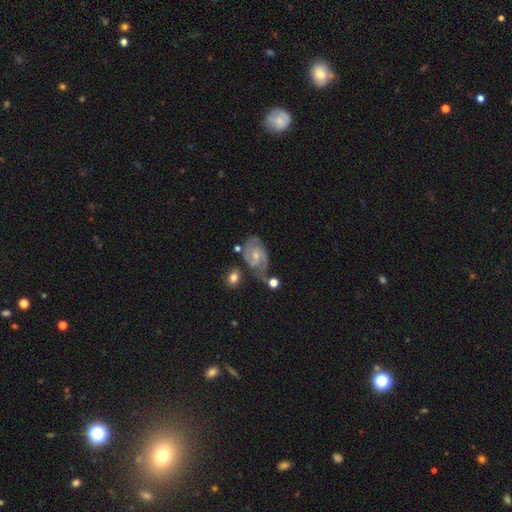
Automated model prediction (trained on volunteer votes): The model was most divided on "bar": no: 49%, weak: 44%, strong: 7%. Remaining: edge-on disk — no (97%); spiral arms — yes (92%); smooth or featured — featured or disk (76%); spiral arm count — 2 (66%); bulge size — small (60%); spiral winding — medium (46%); merging — none (45%).